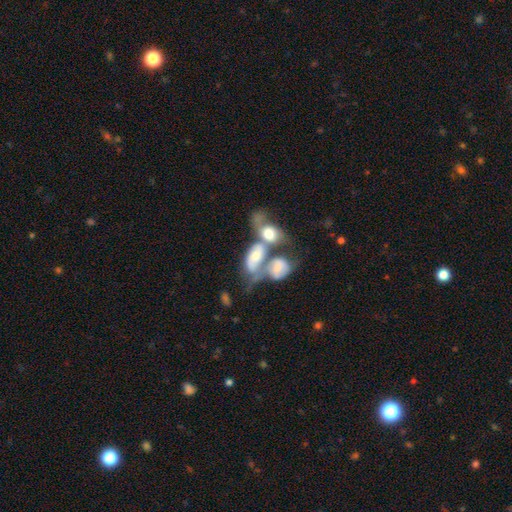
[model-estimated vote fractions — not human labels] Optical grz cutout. It shows a smooth galaxy with no disk features (47%). Merging: merger (69%).